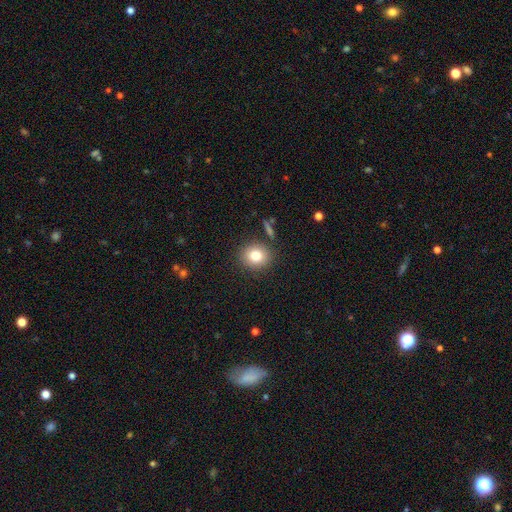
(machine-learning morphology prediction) Smooth or featured: smooth — 79% (star or artifact — 11%)
How rounded: round — 82% (in between — 17%)
Merging: none — 86% (minor disturbance — 8%)